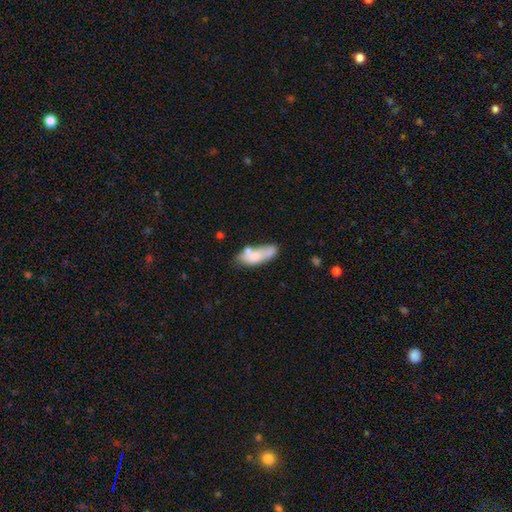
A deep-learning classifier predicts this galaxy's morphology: Smooth or featured? smooth (68%)
How rounded? in between (73%)
Merging? none (34%)